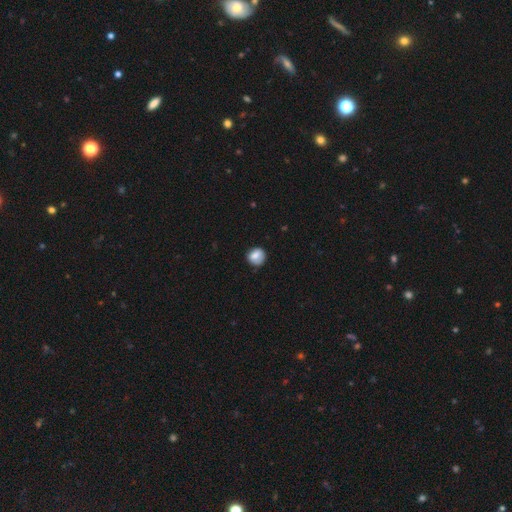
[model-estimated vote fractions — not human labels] Smooth or featured? smooth (79%)
How rounded? round (80%)
Merging? none (74%)